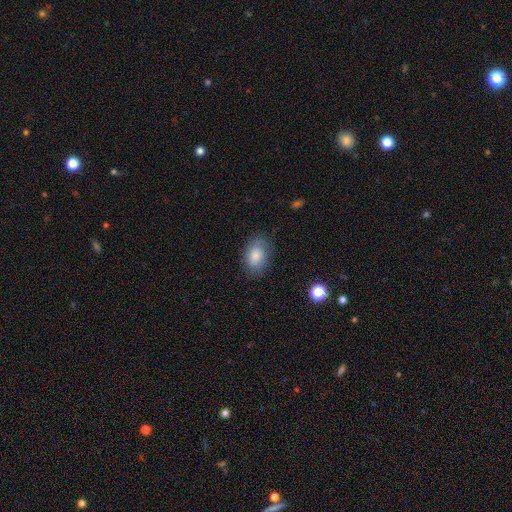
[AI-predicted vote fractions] smooth-or-featured: smooth: 80% | featured or disk: 13% | star or artifact: 8%
  how-rounded: in between: 82% | round: 17% | cigar-shaped: 1%
  merging: none: 77% | minor disturbance: 17% | major disturbance: 5% | merger: 1%